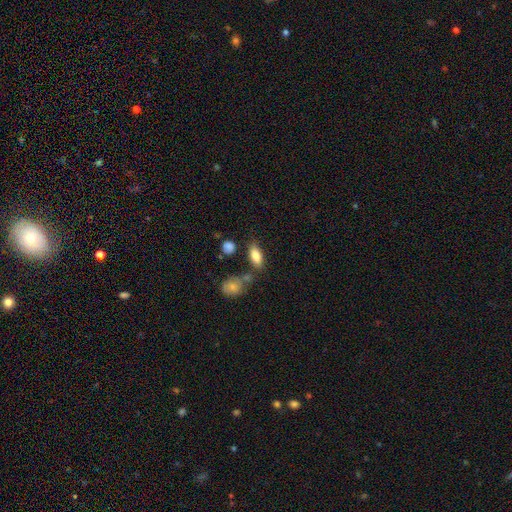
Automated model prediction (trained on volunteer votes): This is clearly a smooth galaxy (83%). How rounded: clearly in between (85%). Merging: likely none (70%).